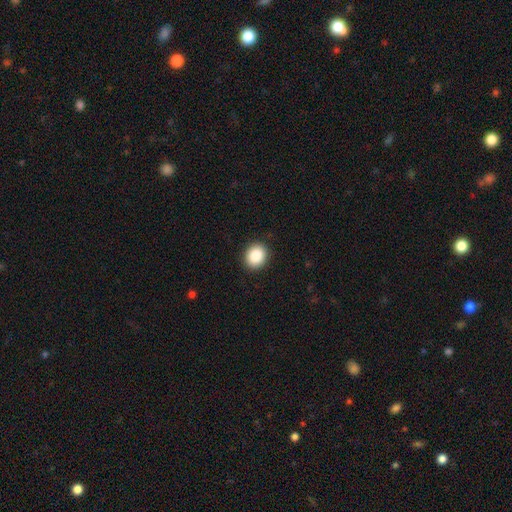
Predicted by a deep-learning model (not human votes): A smooth galaxy with no disk features (88%) that is round (64%).

Vote fractions:
- Smooth or featured? smooth: 88% / star or artifact: 8% / featured or disk: 4%
- How rounded? round: 64% / in between: 35% / cigar-shaped: 1%
- Merging? none: 91% / minor disturbance: 6% / major disturbance: 2% / merger: 1%